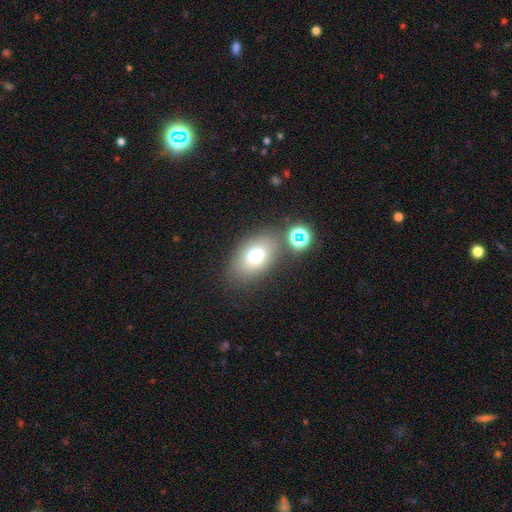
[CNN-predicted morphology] type=smooth (74%); roundness=in between (85%); merging=none (72%).